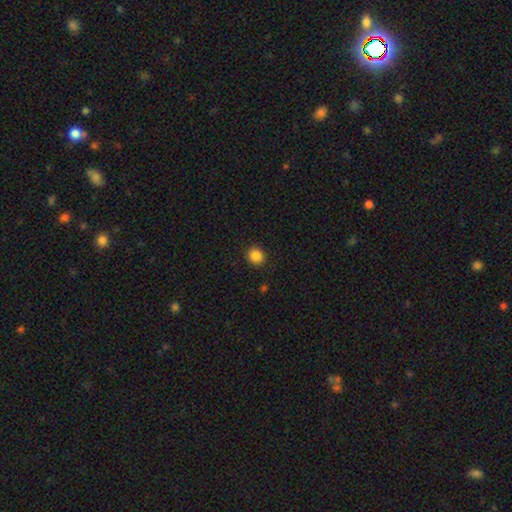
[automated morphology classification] smooth_or_featured: smooth (p=0.86) [alt: star or artifact p=0.10]
how_rounded: round (p=0.87) [alt: in between p=0.12]
merging: none (p=0.91) [alt: minor disturbance p=0.06]